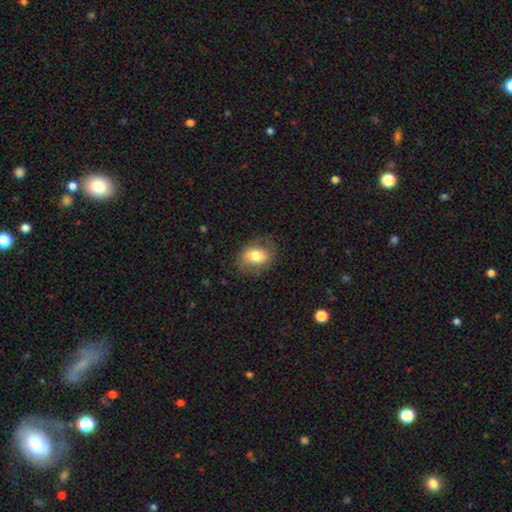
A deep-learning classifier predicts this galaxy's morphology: Smooth or featured?
  - smooth: 72% *
  - featured or disk: 21%
  - star or artifact: 8%
How rounded?
  - in between: 73% *
  - round: 26%
  - cigar-shaped: 2%
Merging?
  - none: 73% *
  - minor disturbance: 18%
  - major disturbance: 8%
  - merger: 1%